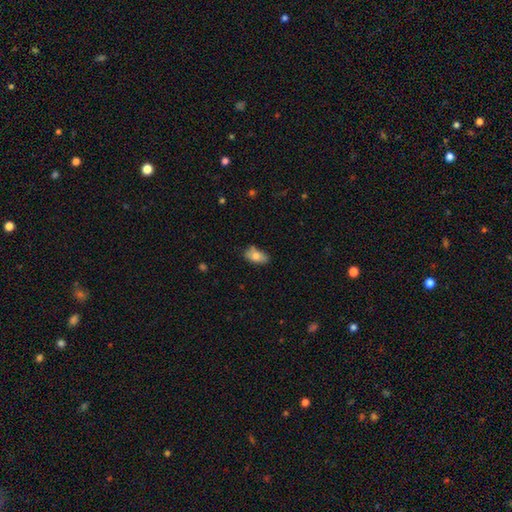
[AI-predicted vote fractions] Smooth or featured: smooth — 77% (featured or disk — 15%)
How rounded: in between — 91% (round — 6%)
Merging: none — 63% (minor disturbance — 28%)